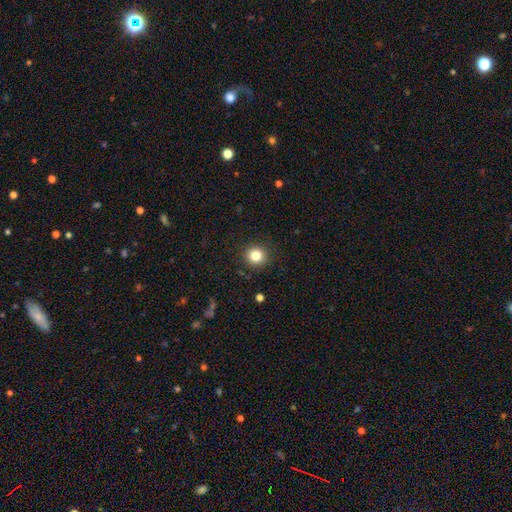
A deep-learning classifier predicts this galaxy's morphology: A smooth galaxy with no disk features (83%) that is round (93%). Merging: none (92%).